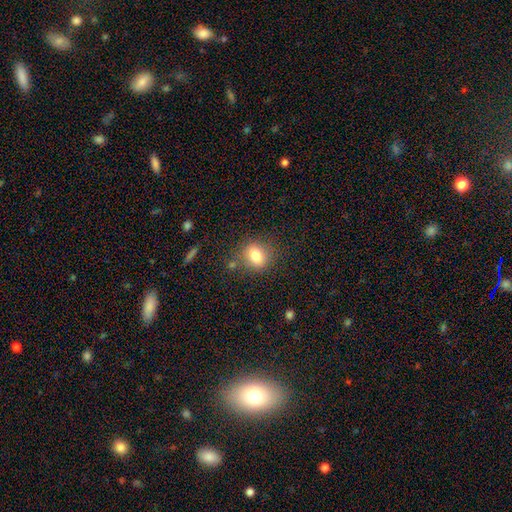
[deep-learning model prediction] smooth 81%, star or artifact 10%, featured or disk 9%. Down the decision tree: how rounded — in between (52%); merging — none (78%).